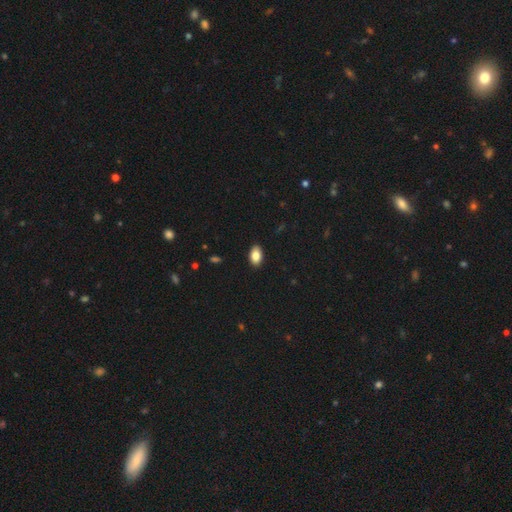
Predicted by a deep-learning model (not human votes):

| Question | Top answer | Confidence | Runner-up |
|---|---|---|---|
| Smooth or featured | smooth | 86% | star or artifact (8%) |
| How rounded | in between | 91% | round (8%) |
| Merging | none | 90% | minor disturbance (8%) |